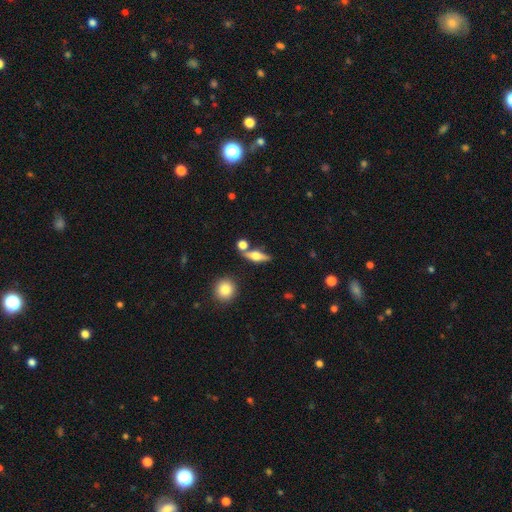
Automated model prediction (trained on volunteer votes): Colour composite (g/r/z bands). It shows a featured or disk galaxy (58%) viewed edge-on (92%) with a rounded central bulge (94%). Merging: none (74%).